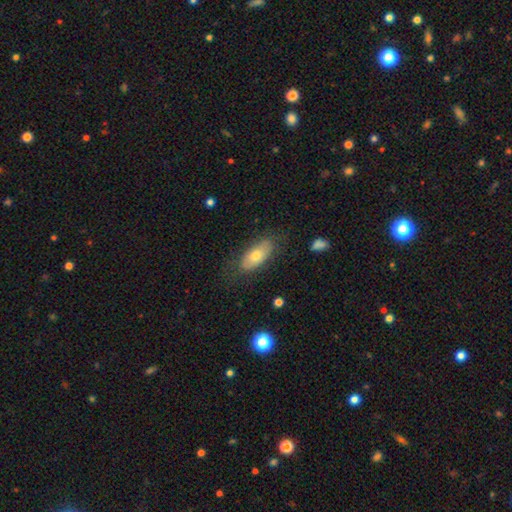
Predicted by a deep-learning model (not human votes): smooth 65%, featured or disk 28%, star or artifact 7%. Down the decision tree: how rounded — in between (86%); merging — none (73%).